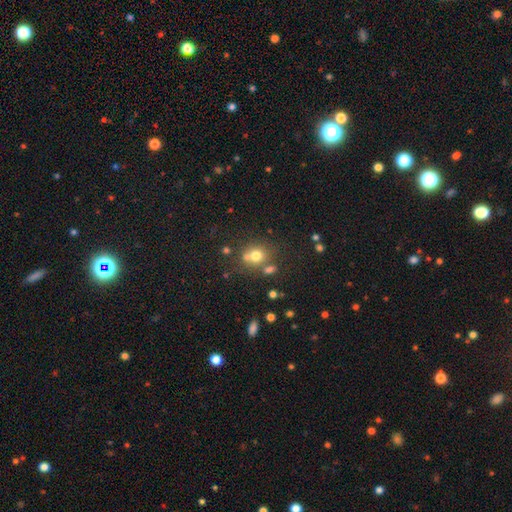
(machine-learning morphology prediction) smooth 71%, star or artifact 16%, featured or disk 13%. Down the decision tree: how rounded — round (70%); merging — none (57%).